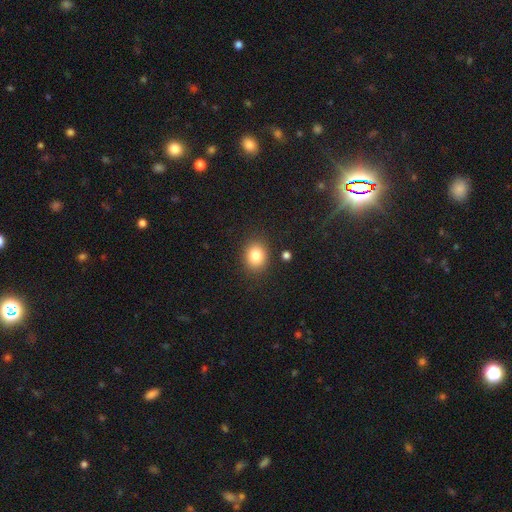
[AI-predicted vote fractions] A smooth galaxy with no disk features (82%) that is round (62%). Merging: none (86%).